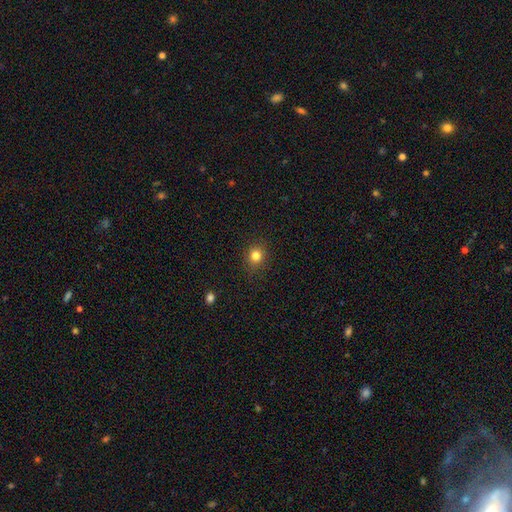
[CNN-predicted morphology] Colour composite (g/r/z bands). It shows a smooth galaxy with no disk features (81%) that is round (81%). Merging: none (88%).